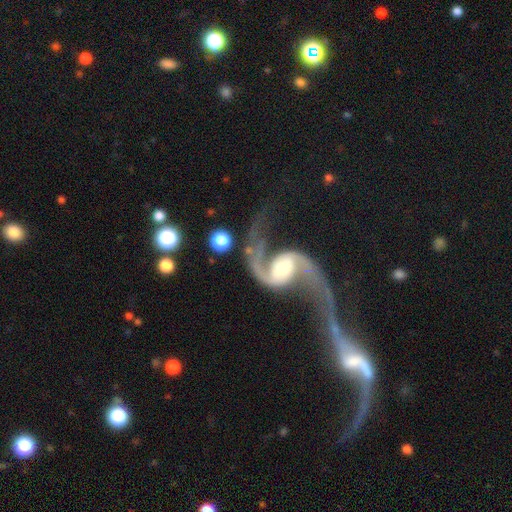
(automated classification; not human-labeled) Smooth or featured: featured or disk — 92% (star or artifact — 5%)
Edge-on disk: no — 97% (yes — 3%)
Bar: weak — 40% (no — 35%)
Spiral arms: yes — 97% (no — 3%)
Spiral winding: loose — 69% (medium — 25%)
Spiral arm count: 2 — 94% (1 — 2%)
Bulge size: moderate — 57% (small — 25%)
Merging: none — 48% (merger — 20%)